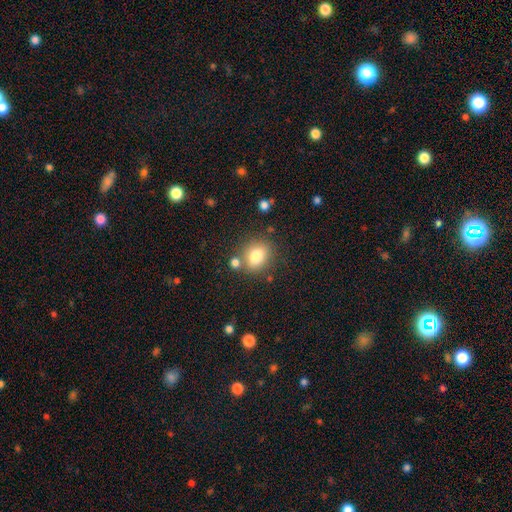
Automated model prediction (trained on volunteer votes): smooth_or_featured: smooth (p=0.78) [alt: featured or disk p=0.12]
how_rounded: round (p=0.54) [alt: in between p=0.45]
merging: none (p=0.73) [alt: minor disturbance p=0.12]